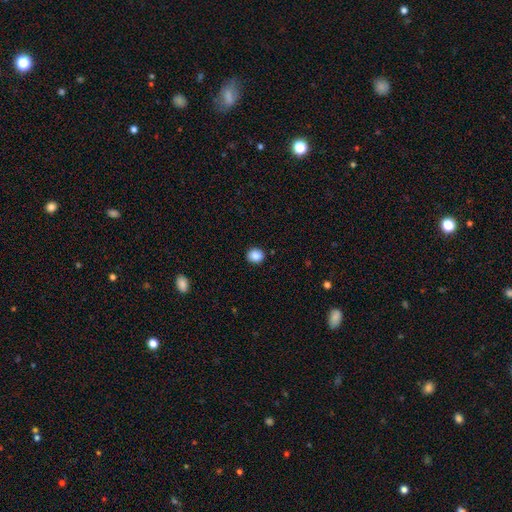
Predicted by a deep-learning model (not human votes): The model was most divided on "how rounded": round: 75%, in between: 24%, cigar-shaped: 1%. More confident: merging — none (90%); smooth or featured — smooth (87%).